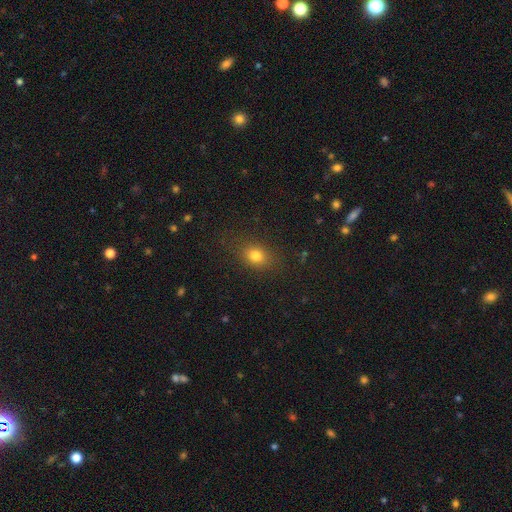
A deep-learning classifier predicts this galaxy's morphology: Smooth or featured? Predicted: smooth (p=0.79). How rounded? Predicted: in between (p=0.53). Merging? Predicted: none (p=0.83).